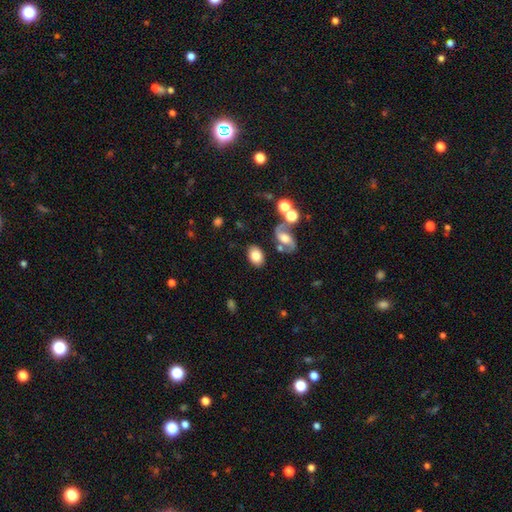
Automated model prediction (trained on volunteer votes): The model was most divided on "smooth or featured": smooth: 74%, featured or disk: 17%, star or artifact: 9%. More confident: how rounded — in between (82%); merging — none (75%).